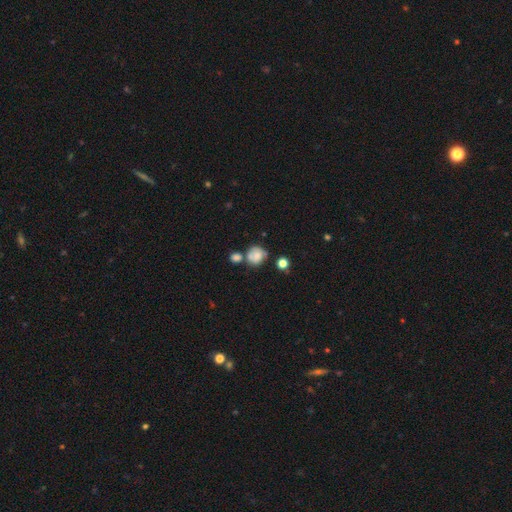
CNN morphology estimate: Smooth or featured?
  - smooth: 66% *
  - featured or disk: 24%
  - star or artifact: 10%
How rounded?
  - round: 76% *
  - in between: 23%
  - cigar-shaped: 1%
Merging?
  - none: 42% *
  - merger: 34%
  - minor disturbance: 17%
  - major disturbance: 7%